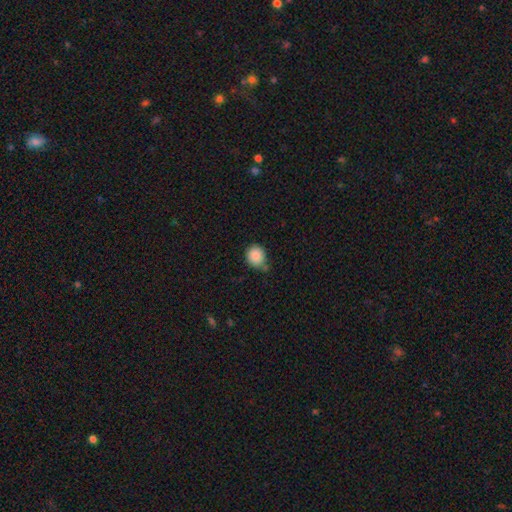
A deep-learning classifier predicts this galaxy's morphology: This is clearly a smooth galaxy (88%). How rounded: clearly round (81%). Merging: likely none (62%).